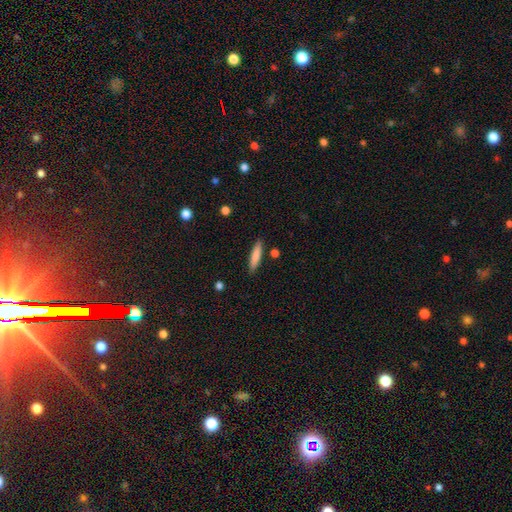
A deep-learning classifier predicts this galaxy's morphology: Smooth or featured: smooth — 80% (featured or disk — 14%)
How rounded: cigar-shaped — 83% (in between — 15%)
Merging: none — 87% (minor disturbance — 8%)